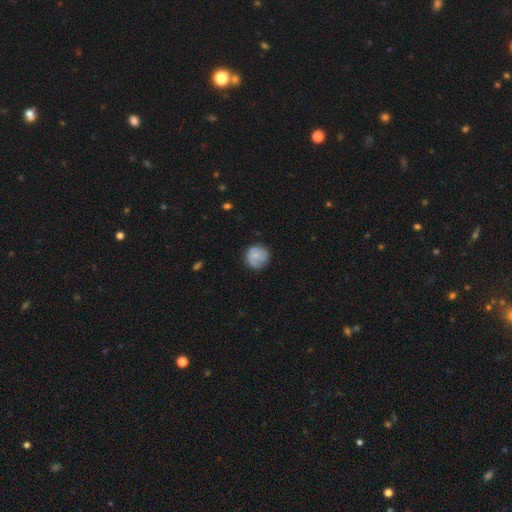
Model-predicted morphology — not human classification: Smooth or featured? smooth (69%)
How rounded? round (90%)
Merging? none (71%)